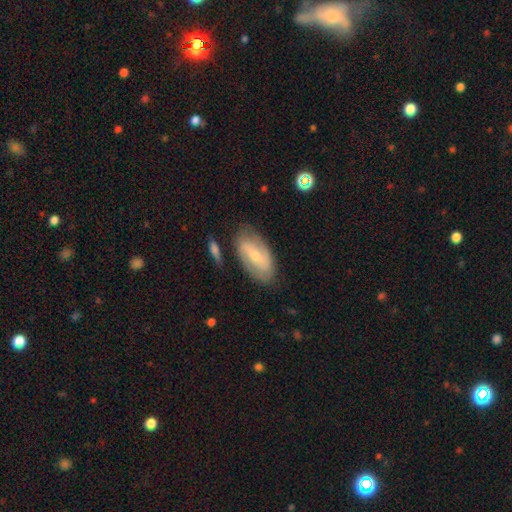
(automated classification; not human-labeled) Morphology: type=featured or disk (62%); edge-on=no (92%); bar=weak (39%); spiral arms=yes (79%); bulge=small (64%); merging=none (76%).